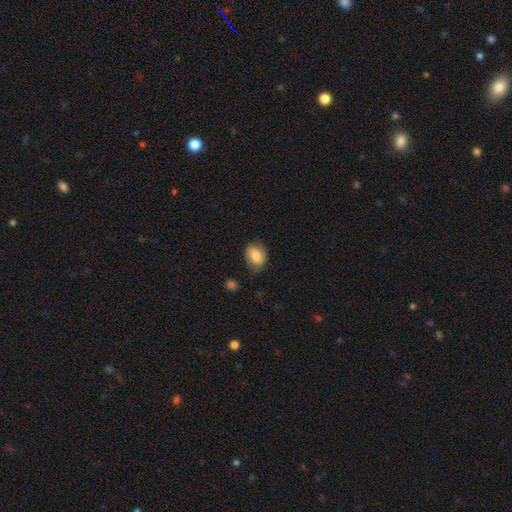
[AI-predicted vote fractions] Smooth or featured: smooth — 76% (featured or disk — 16%)
How rounded: in between — 69% (round — 30%)
Merging: none — 72% (minor disturbance — 21%)